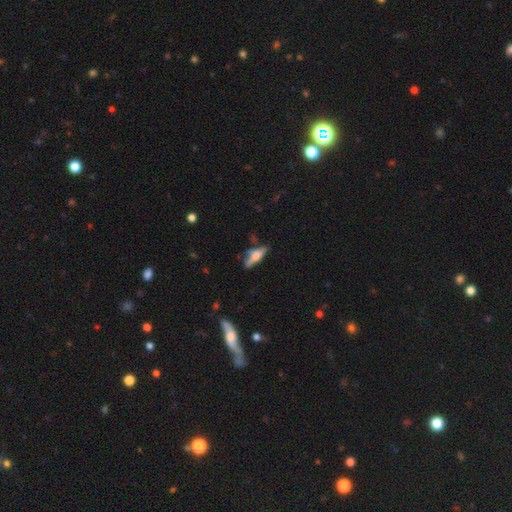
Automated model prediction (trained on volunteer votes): Morphology: type=smooth (50%); merging=none (53%).